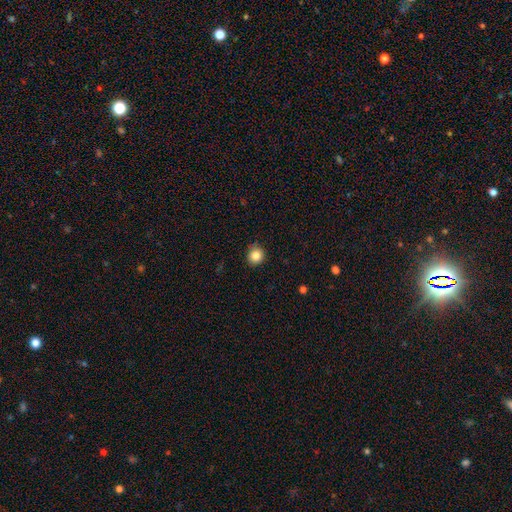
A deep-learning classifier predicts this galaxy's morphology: Smooth or featured: smooth — 84% (star or artifact — 10%)
How rounded: round — 89% (in between — 10%)
Merging: none — 87% (minor disturbance — 10%)